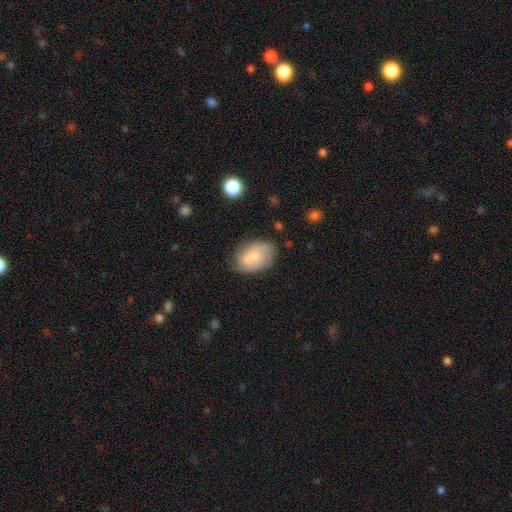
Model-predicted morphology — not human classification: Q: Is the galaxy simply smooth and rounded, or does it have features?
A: smooth — 60%.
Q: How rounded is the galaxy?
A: in between — 77%.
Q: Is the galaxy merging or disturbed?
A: none — 49%.